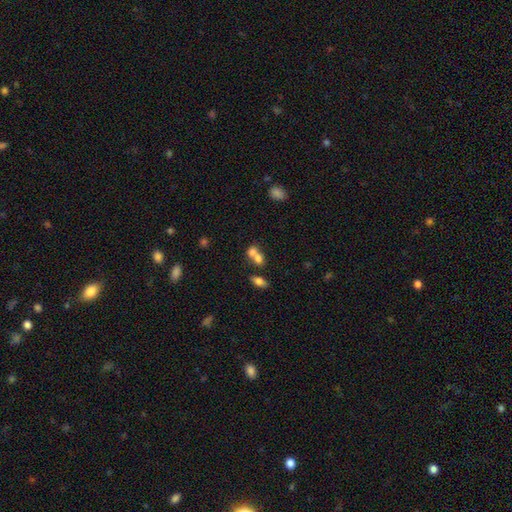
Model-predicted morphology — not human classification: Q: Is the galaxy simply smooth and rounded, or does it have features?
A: smooth — 70%.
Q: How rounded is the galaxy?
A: in between — 51%.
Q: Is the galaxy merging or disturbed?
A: merger — 63%.